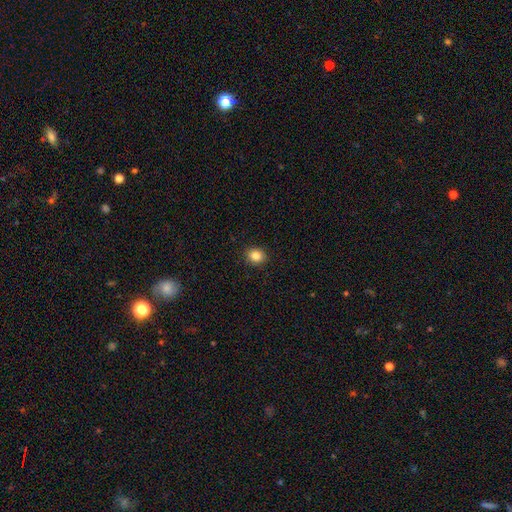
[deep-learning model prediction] This appears to be a smooth galaxy with no disk features (84%) that is round (70%). Merging: none (91%).